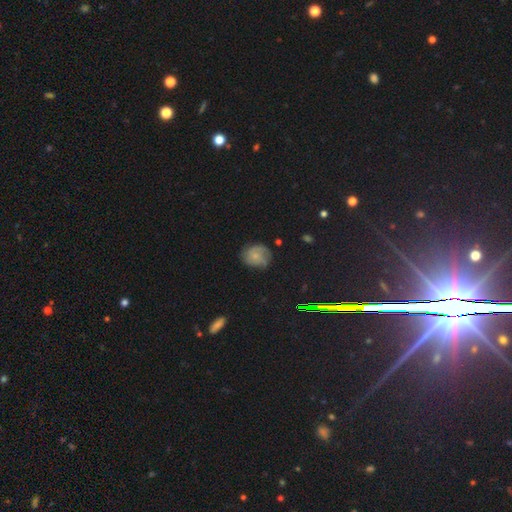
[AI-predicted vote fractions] smooth_or_featured: featured or disk (p=0.45) [alt: smooth p=0.44]
merging: none (p=0.66) [alt: minor disturbance p=0.24]